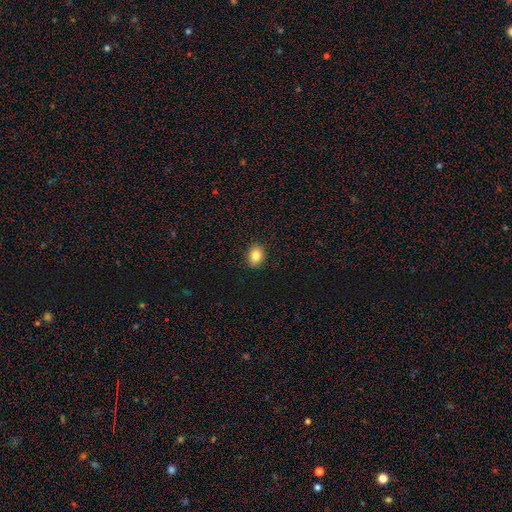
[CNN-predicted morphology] Smooth or featured?
  - smooth: 84% *
  - star or artifact: 9%
  - featured or disk: 6%
How rounded?
  - in between: 51% *
  - round: 48%
  - cigar-shaped: 1%
Merging?
  - none: 90% *
  - minor disturbance: 7%
  - major disturbance: 2%
  - merger: 1%